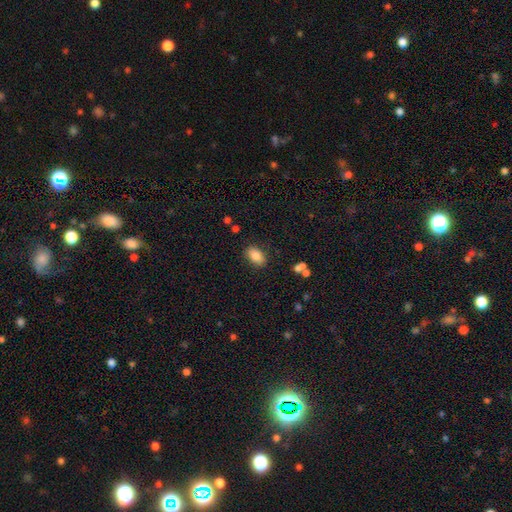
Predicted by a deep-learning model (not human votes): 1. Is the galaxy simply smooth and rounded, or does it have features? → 85% smooth, 9% star or artifact, 7% featured or disk.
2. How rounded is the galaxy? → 90% in between, 8% round, 2% cigar-shaped.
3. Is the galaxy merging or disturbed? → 85% none, 10% minor disturbance, 3% major disturbance, 2% merger.